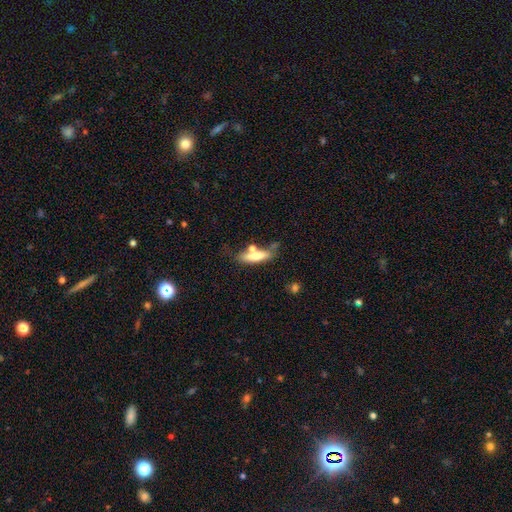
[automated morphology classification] smooth-or-featured: smooth: 68% | featured or disk: 25% | star or artifact: 7%
  how-rounded: cigar-shaped: 63% | in between: 35% | round: 2%
  merging: none: 51% | merger: 21% | minor disturbance: 20% | major disturbance: 8%